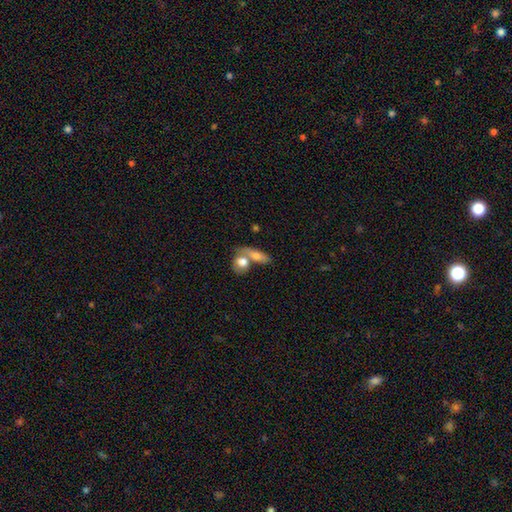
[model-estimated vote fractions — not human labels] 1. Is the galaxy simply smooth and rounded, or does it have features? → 68% smooth, 24% featured or disk, 8% star or artifact.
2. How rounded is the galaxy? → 58% in between, 23% round, 19% cigar-shaped.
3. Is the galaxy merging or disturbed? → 48% merger, 36% none, 10% minor disturbance, 6% major disturbance.